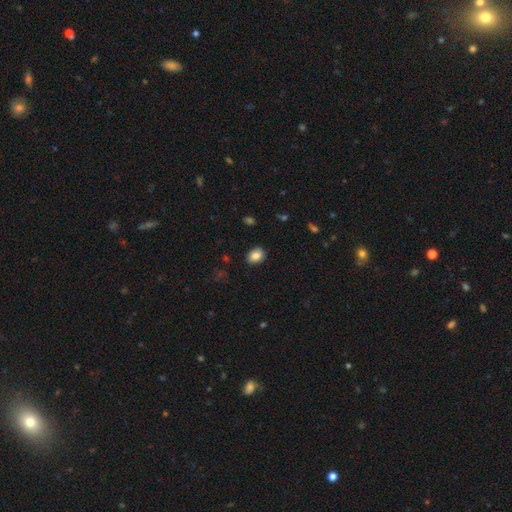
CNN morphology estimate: Smooth or featured? Predicted: smooth (p=0.85). How rounded? Predicted: in between (p=0.64). Merging? Predicted: none (p=0.88).